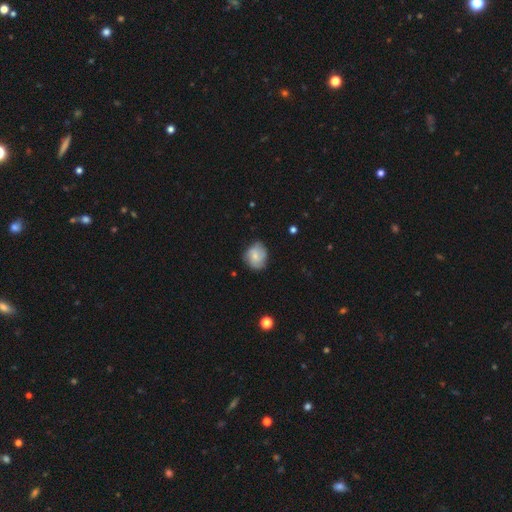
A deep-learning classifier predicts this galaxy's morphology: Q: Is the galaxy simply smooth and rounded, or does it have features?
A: smooth — 59%.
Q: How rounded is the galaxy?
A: round — 67%.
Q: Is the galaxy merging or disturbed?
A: none — 69%.